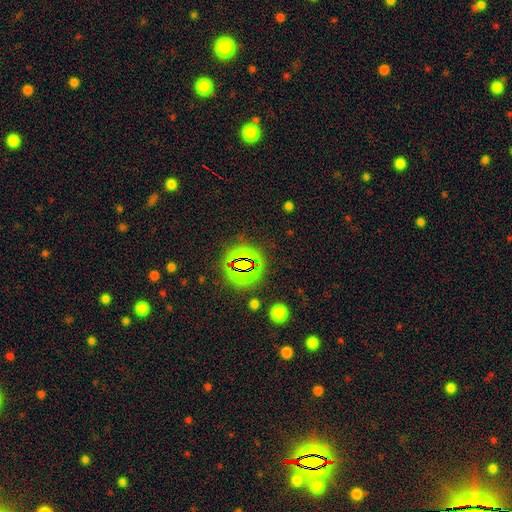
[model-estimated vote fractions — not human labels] Q: Smooth or featured?
A: star or artifact (74%); runner-up: smooth (17%)